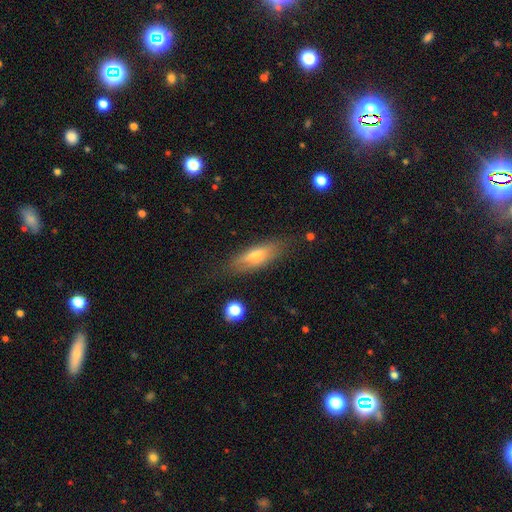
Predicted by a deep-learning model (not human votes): smooth 54%, featured or disk 38%, star or artifact 8%. Down the decision tree: how rounded — cigar-shaped (52%); merging — none (77%).